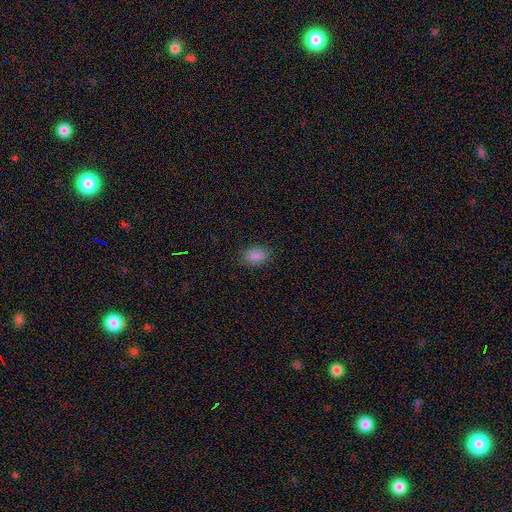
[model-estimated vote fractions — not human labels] This is clearly a smooth galaxy (87%). How rounded: clearly in between (89%). Merging: clearly none (86%).